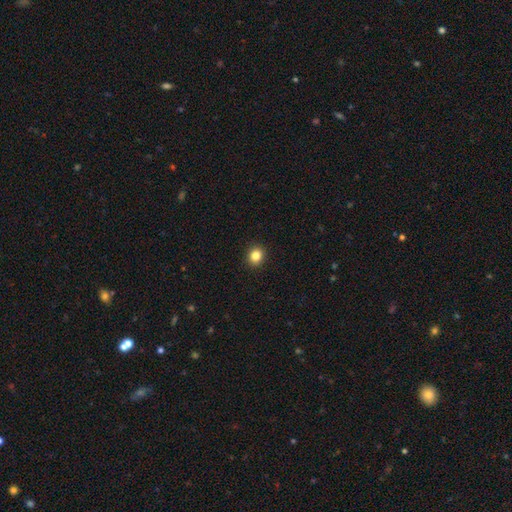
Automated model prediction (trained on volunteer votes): This appears to be a smooth galaxy with no disk features (84%) that is round (78%). Merging: none (92%).